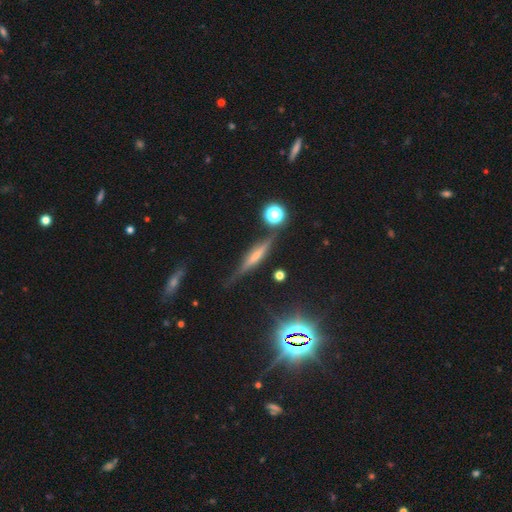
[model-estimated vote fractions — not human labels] featured or disk 62%, smooth 26%, star or artifact 12%. Down the decision tree: edge-on disk — yes (94%); edge-on bulge — rounded (42%); merging — none (78%).